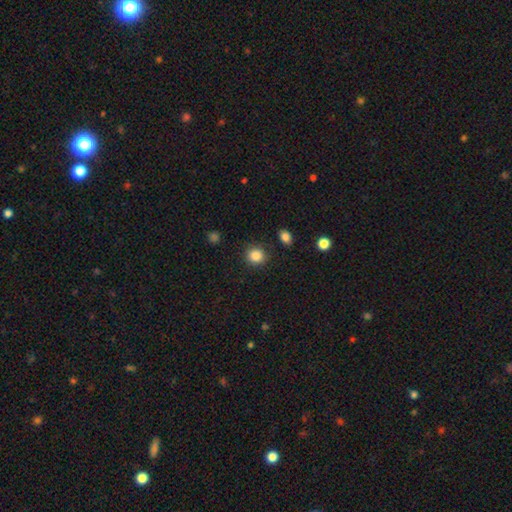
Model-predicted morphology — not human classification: Smooth or featured? smooth (86%)
How rounded? round (87%)
Merging? none (87%)